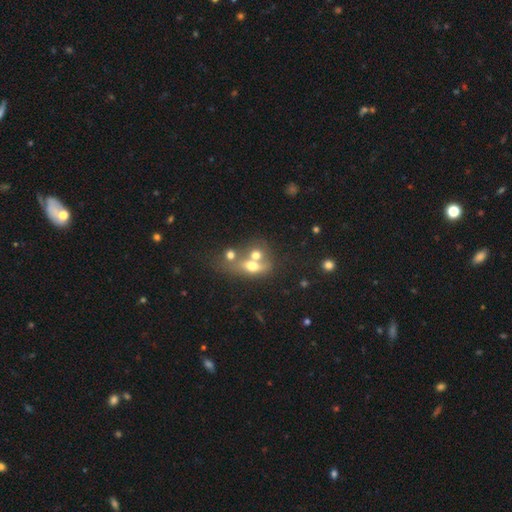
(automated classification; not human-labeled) Smooth or featured? smooth (60%)
How rounded? in between (50%)
Merging? merger (60%)